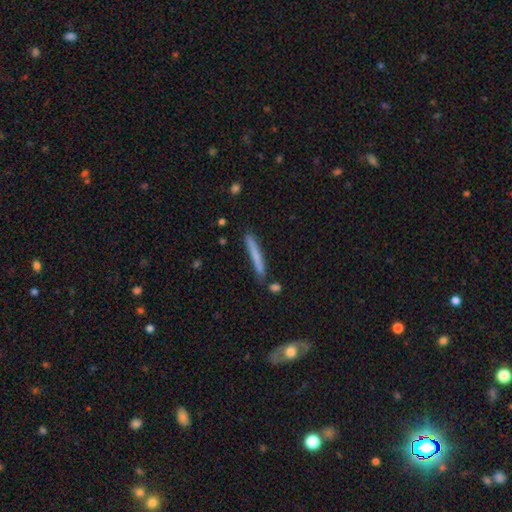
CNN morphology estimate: Overall: smooth (66%; featured or disk 28%). How rounded: cigar-shaped (96%). Merging: none (83%).